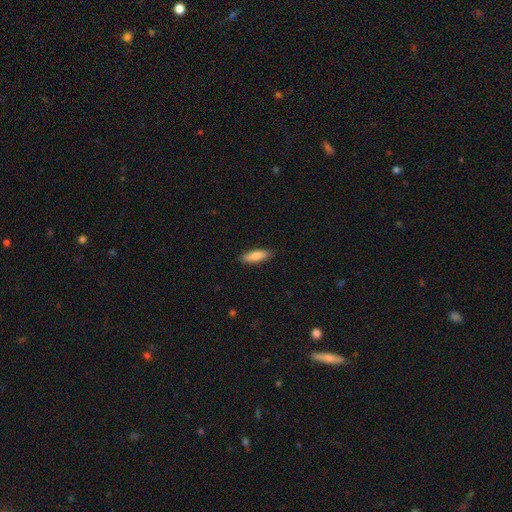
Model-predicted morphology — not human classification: Smooth or featured? smooth (82%)
How rounded? cigar-shaped (52%)
Merging? none (88%)